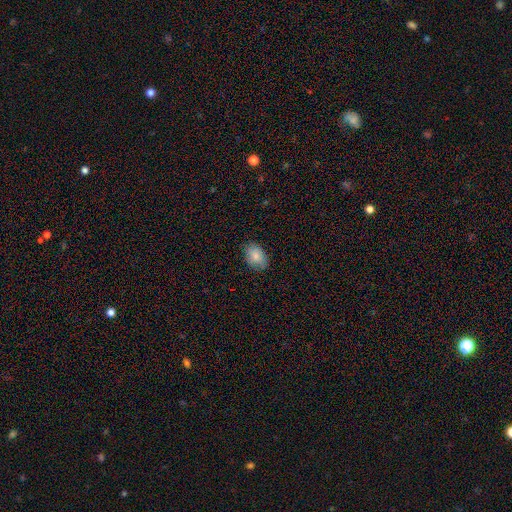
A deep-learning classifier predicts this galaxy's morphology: Overall: smooth (84%). How rounded: in between (81%). Merging: none (81%).